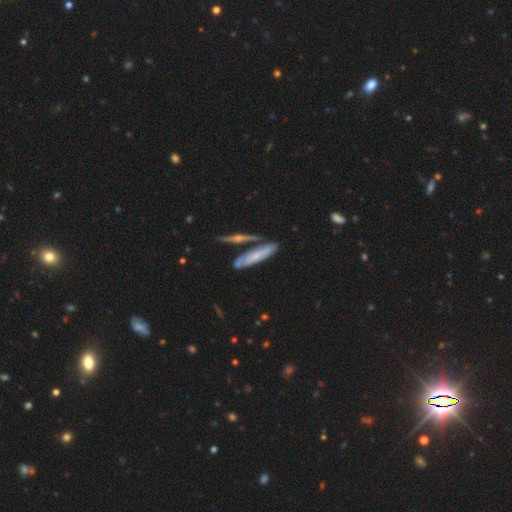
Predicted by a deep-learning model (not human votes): Overall: featured or disk (47%; smooth 45%). Merging: none (58%; merger 22%).